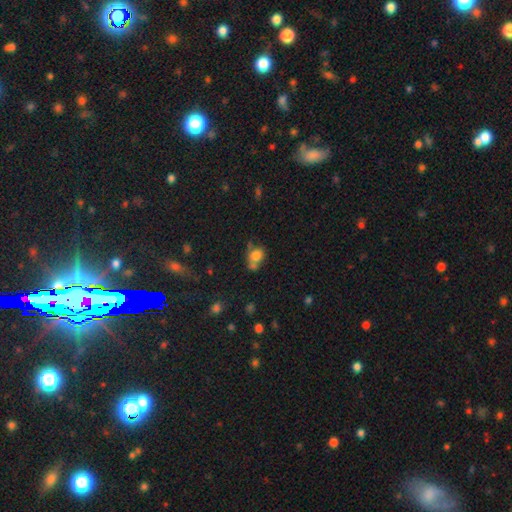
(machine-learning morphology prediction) Smooth or featured: smooth — 76% (star or artifact — 12%)
How rounded: round — 52% (in between — 47%)
Merging: none — 39% (merger — 35%)